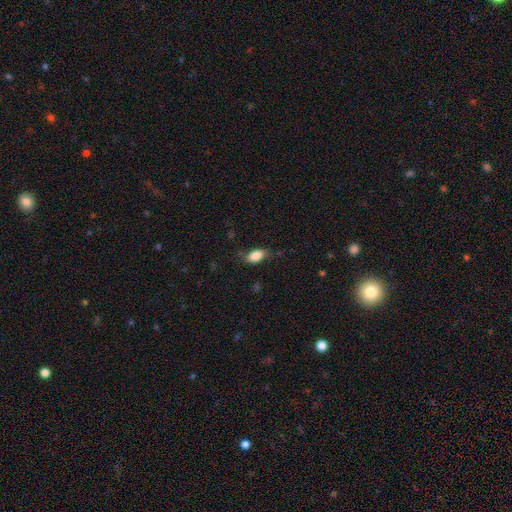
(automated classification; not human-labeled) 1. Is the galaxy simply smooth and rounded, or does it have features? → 83% smooth, 10% featured or disk, 7% star or artifact.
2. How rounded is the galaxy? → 89% in between, 6% round, 6% cigar-shaped.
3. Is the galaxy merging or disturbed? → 71% none, 21% minor disturbance, 6% major disturbance, 2% merger.